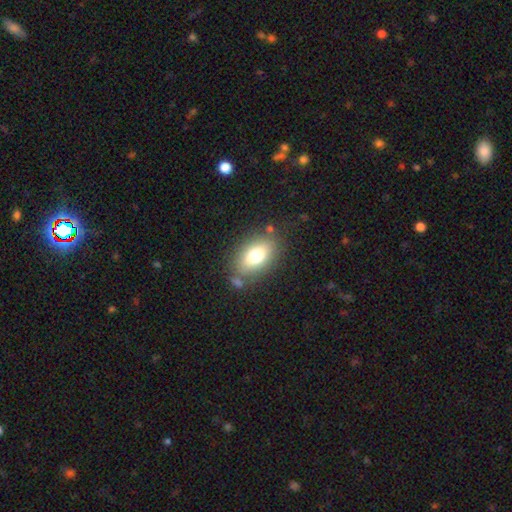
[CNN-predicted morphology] Overall: smooth (75%). How rounded: in between (86%). Merging: none (75%).